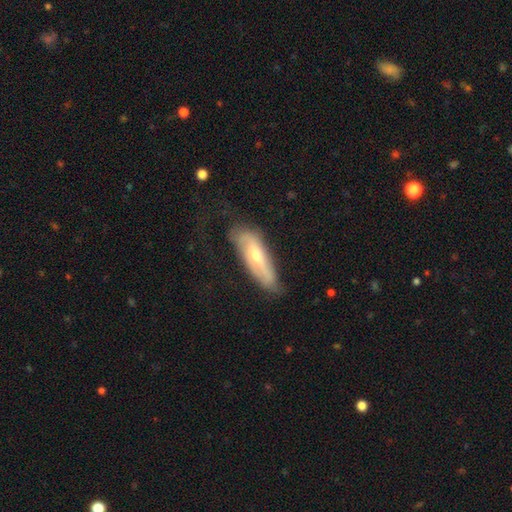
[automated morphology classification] A featured or disk galaxy (51%).

Vote fractions:
- Smooth or featured? featured or disk: 51% / smooth: 42% / star or artifact: 7%
- Edge-on disk? no: 64% / yes: 36%
- Merging? none: 59% / minor disturbance: 27% / major disturbance: 12% / merger: 2%